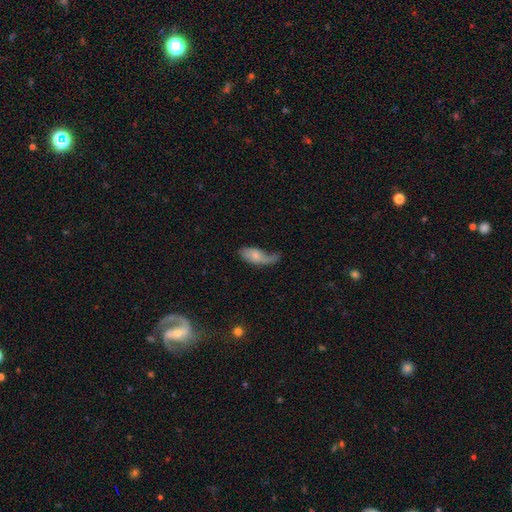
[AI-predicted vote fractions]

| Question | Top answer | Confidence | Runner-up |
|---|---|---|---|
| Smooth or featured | smooth | 57% | featured or disk (36%) |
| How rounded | in between | 86% | cigar-shaped (11%) |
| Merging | major disturbance | 35% | minor disturbance (32%) |